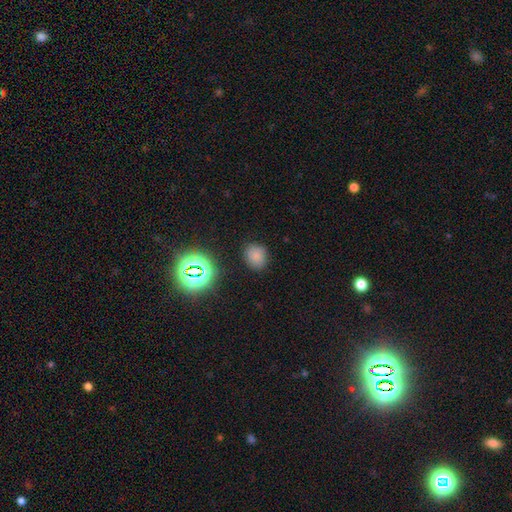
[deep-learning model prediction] Smooth or featured? Predicted: smooth (p=0.75). How rounded? Predicted: round (p=0.58). Merging? Predicted: none (p=0.83).